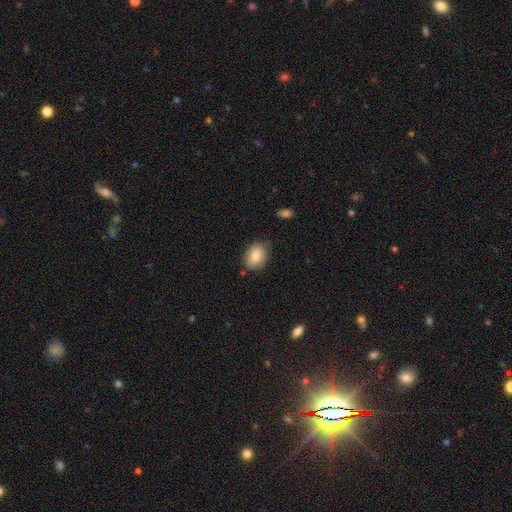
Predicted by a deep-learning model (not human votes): Morphology: type=smooth (81%); roundness=in between (72%); merging=none (73%).